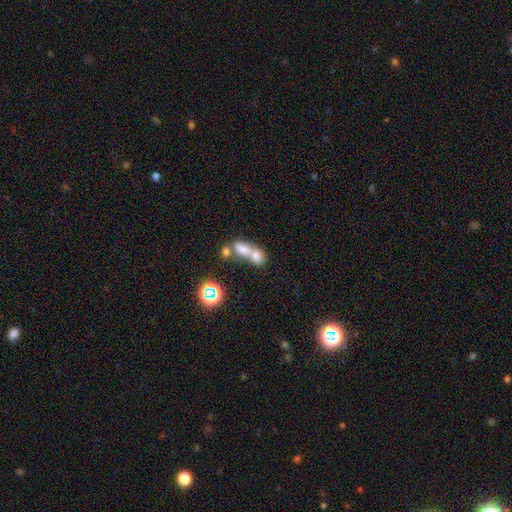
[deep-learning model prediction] Smooth or featured: smooth — 69% (featured or disk — 16%)
How rounded: in between — 63% (round — 32%)
Merging: merger — 70% (none — 19%)